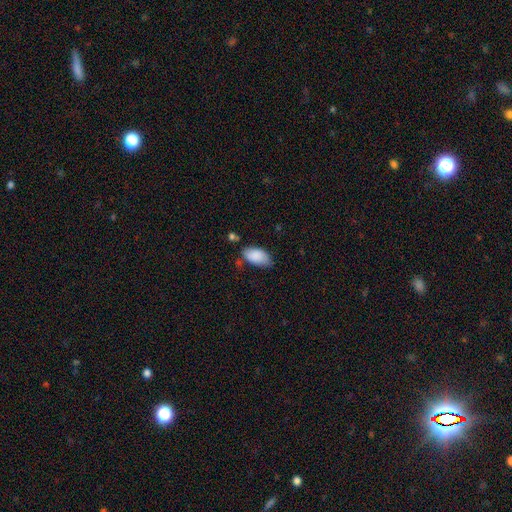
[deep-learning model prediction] smooth 87%, featured or disk 7%, star or artifact 6%. Down the decision tree: how rounded — in between (95%); merging — none (61%).